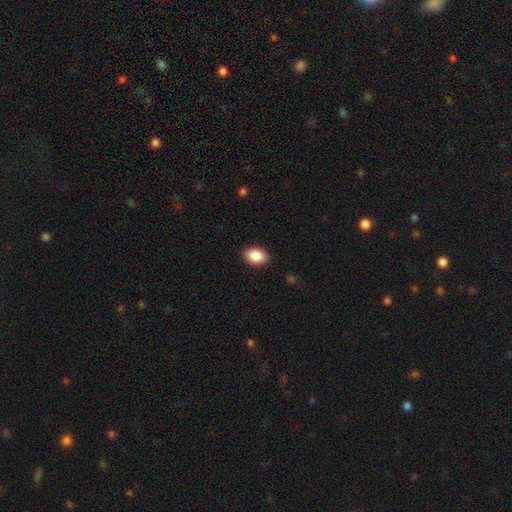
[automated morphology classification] This appears to be a smooth galaxy with no disk features (89%) that is in between round and cigar-shaped (81%). Merging: none (89%).